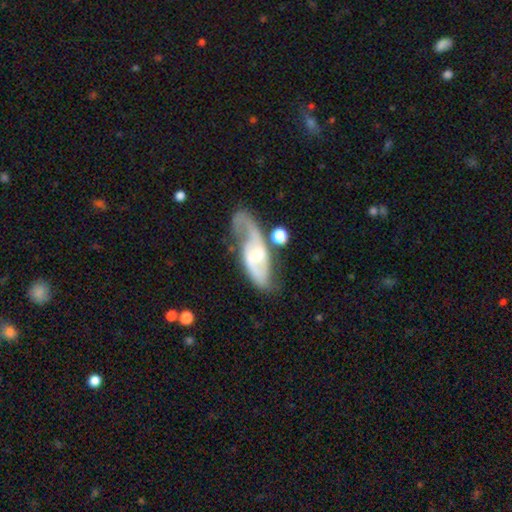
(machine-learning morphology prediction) The model was most divided on "bulge size": moderate: 35%, small: 32%, none: 19%, large: 12%, dominant: 2%. Remaining: edge-on disk — no (92%); spiral arms — yes (91%); smooth or featured — featured or disk (80%); spiral arm count — 2 (79%); merging — none (51%); spiral winding — loose (49%); bar — weak (48%).